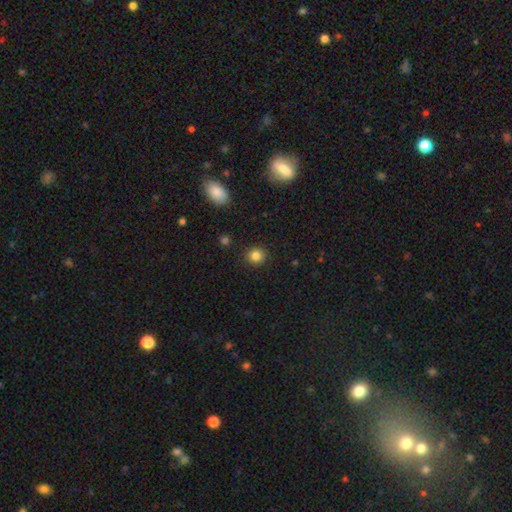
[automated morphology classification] This appears to be a smooth galaxy with no disk features (84%) that is round (90%). Merging: none (91%).